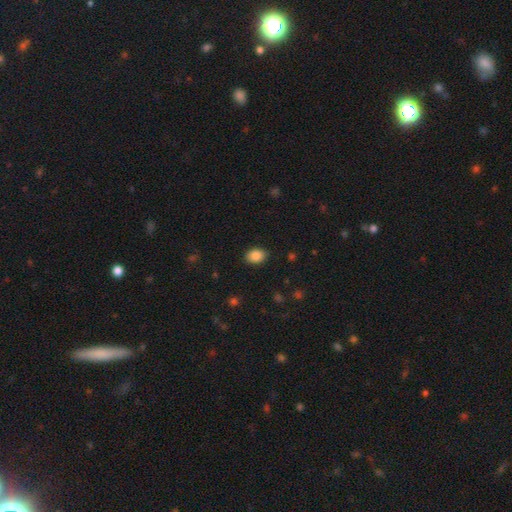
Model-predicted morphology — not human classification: type=smooth (86%); roundness=in between (71%); merging=none (88%).